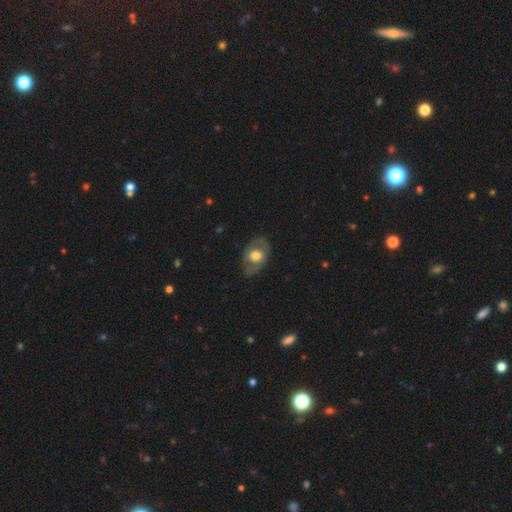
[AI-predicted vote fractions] Overall: smooth (50%; featured or disk 44%). Merging: none (75%).